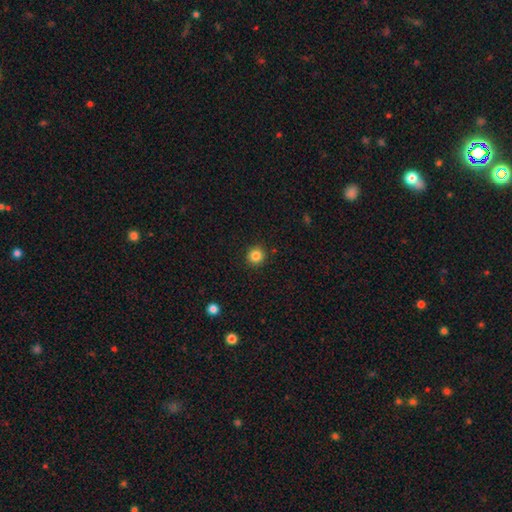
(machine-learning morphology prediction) smooth-or-featured: smooth: 84% | star or artifact: 11% | featured or disk: 4%
  how-rounded: round: 95% | in between: 4% | cigar-shaped: 1%
  merging: none: 92% | minor disturbance: 5% | major disturbance: 2% | merger: 1%